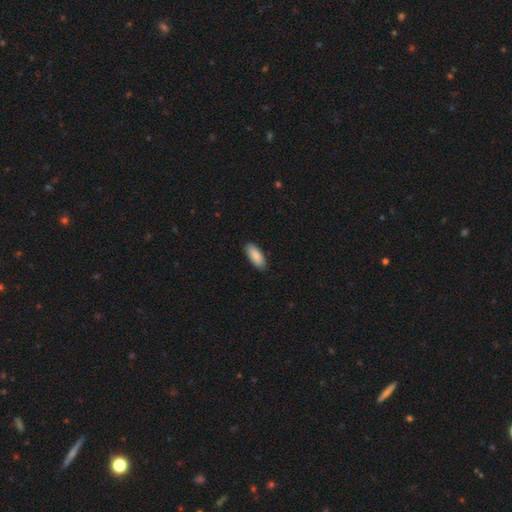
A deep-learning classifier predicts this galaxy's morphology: A smooth galaxy with no disk features (89%) that is in between round and cigar-shaped (81%).

Vote fractions:
- Smooth or featured? smooth: 89% / featured or disk: 6% / star or artifact: 5%
- How rounded? in between: 81% / cigar-shaped: 18% / round: 2%
- Merging? none: 88% / minor disturbance: 10% / major disturbance: 2% / merger: 1%